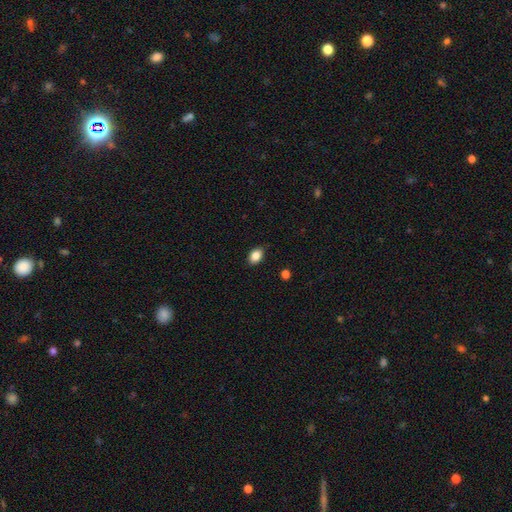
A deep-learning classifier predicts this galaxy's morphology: Q: Smooth or featured?
A: smooth (86%); runner-up: star or artifact (9%)
Q: How rounded?
A: in between (81%); runner-up: round (18%)
Q: Merging?
A: none (87%); runner-up: minor disturbance (10%)